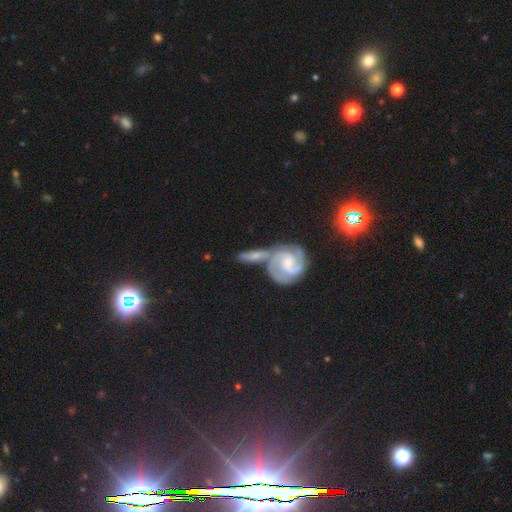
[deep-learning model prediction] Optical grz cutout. It shows a featured or disk galaxy (64%) with no bar (53%), spiral arms (90%) and a small central bulge (45%). Merging: merger (46%).